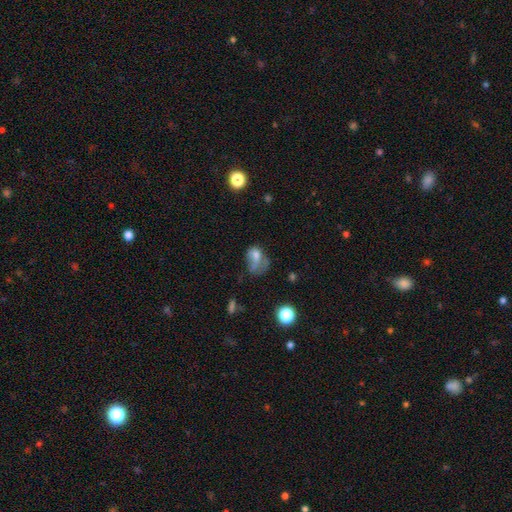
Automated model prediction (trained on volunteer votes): The model was most divided on "merging": major disturbance: 45%, minor disturbance: 23%, none: 23%, merger: 9%. More confident: how rounded — in between (74%); smooth or featured — smooth (57%).